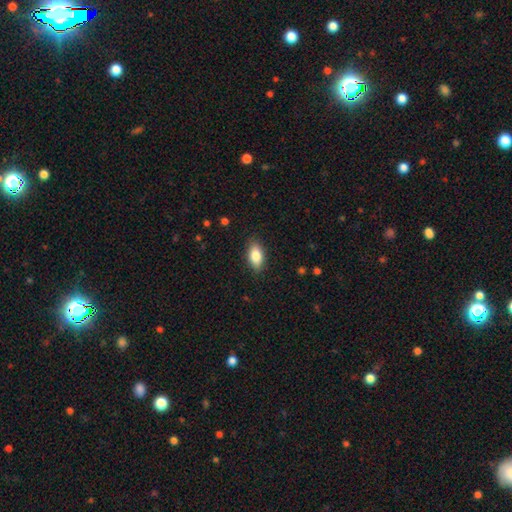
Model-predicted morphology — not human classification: Smooth or featured? smooth (84%)
How rounded? in between (90%)
Merging? none (87%)